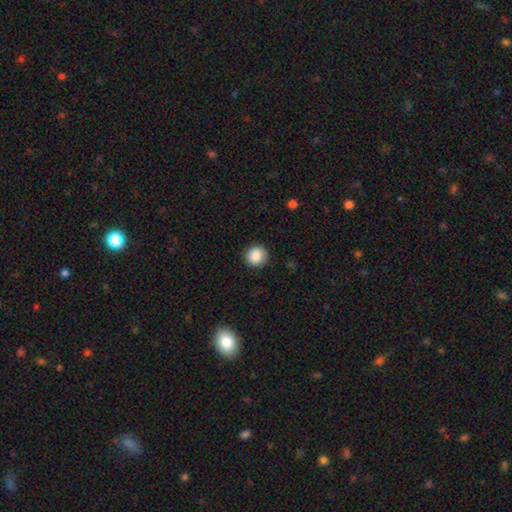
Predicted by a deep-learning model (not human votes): smooth 88%, star or artifact 8%, featured or disk 4%. Down the decision tree: how rounded — round (91%); merging — none (90%).